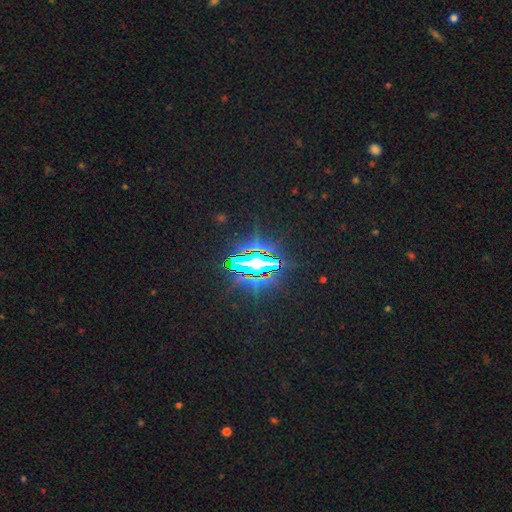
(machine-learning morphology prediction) Q: Smooth or featured?
A: star or artifact (85%); runner-up: smooth (8%)